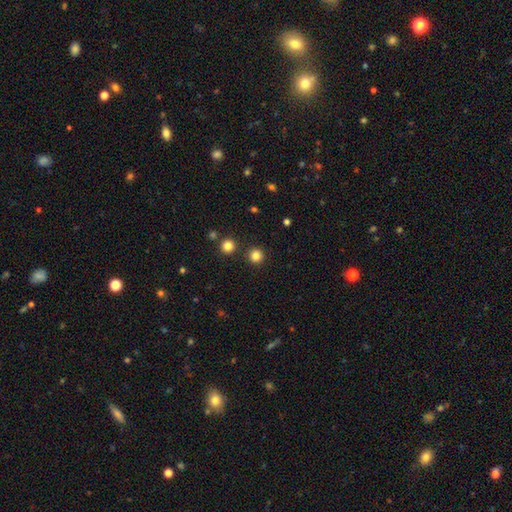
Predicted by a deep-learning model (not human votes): smooth 83%, star or artifact 13%, featured or disk 4%. Down the decision tree: how rounded — round (95%); merging — none (91%).